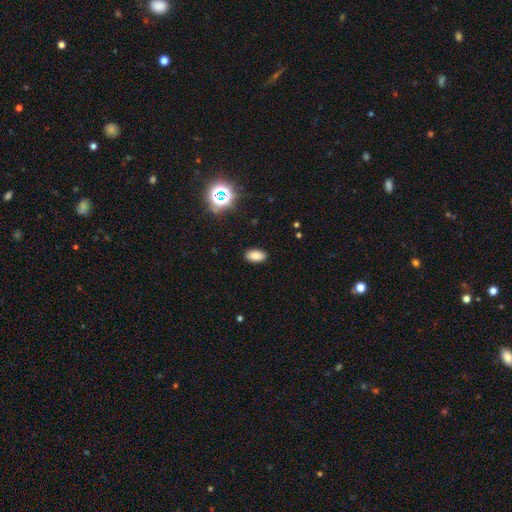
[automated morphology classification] Smooth or featured?
  - smooth: 82% *
  - star or artifact: 13%
  - featured or disk: 5%
How rounded?
  - in between: 92% *
  - round: 5%
  - cigar-shaped: 3%
Merging?
  - none: 89% *
  - minor disturbance: 8%
  - major disturbance: 2%
  - merger: 1%